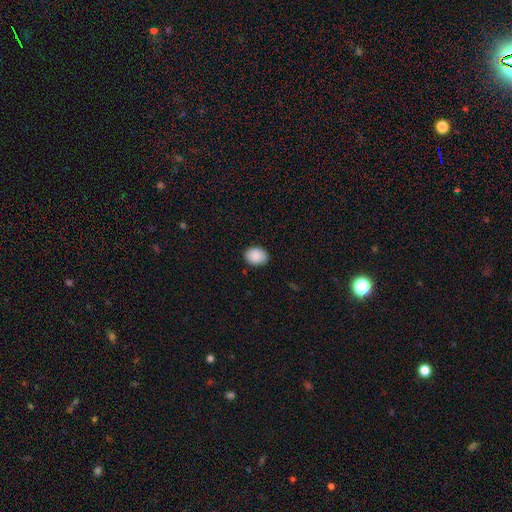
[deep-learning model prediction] smooth_or_featured: smooth (p=0.90) [alt: star or artifact p=0.07]
how_rounded: in between (p=0.64) [alt: round p=0.35]
merging: none (p=0.87) [alt: minor disturbance p=0.10]